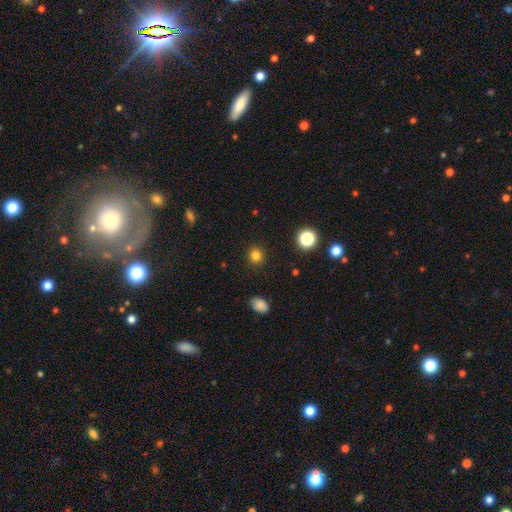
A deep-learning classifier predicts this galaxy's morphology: smooth_or_featured: smooth (p=0.80) [alt: star or artifact p=0.15]
how_rounded: round (p=0.92) [alt: in between p=0.07]
merging: none (p=0.91) [alt: minor disturbance p=0.06]